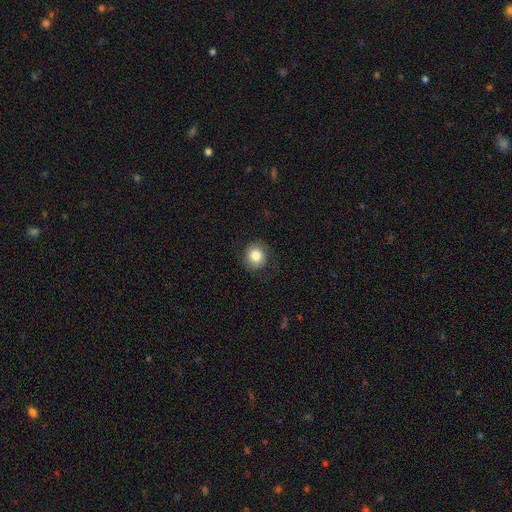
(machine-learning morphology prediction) A smooth galaxy with no disk features (84%) that is round (87%).

Vote fractions:
- Smooth or featured? smooth: 84% / star or artifact: 9% / featured or disk: 7%
- How rounded? round: 87% / in between: 12% / cigar-shaped: 1%
- Merging? none: 86% / minor disturbance: 10% / major disturbance: 3% / merger: 1%